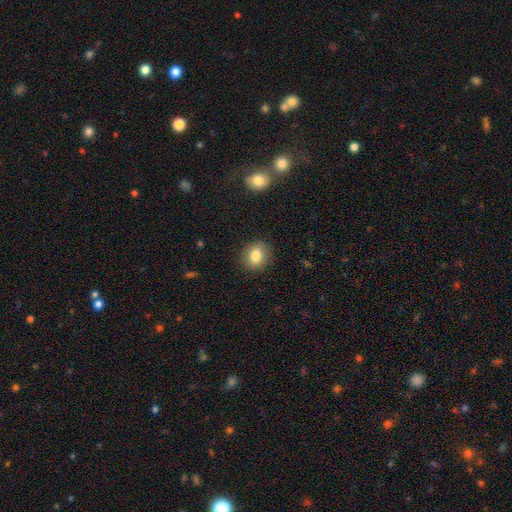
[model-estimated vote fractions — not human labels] This is clearly a smooth galaxy (82%). How rounded: possibly round (57%). Merging: clearly none (87%).